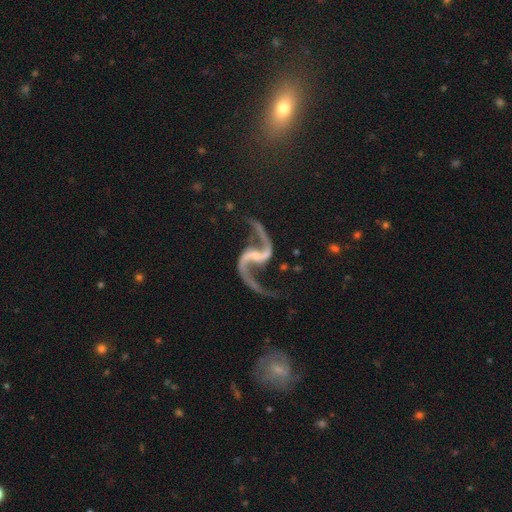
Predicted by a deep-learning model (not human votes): Smooth or featured? Predicted: featured or disk (p=0.94). Edge-on disk? Predicted: no (p=0.98). Bar? Predicted: weak (p=0.39). Spiral arms? Predicted: yes (p=0.98). Spiral winding? Predicted: loose (p=0.85). Spiral arm count? Predicted: 2 (p=0.94). Bulge size? Predicted: small (p=0.65). Merging? Predicted: none (p=0.70).